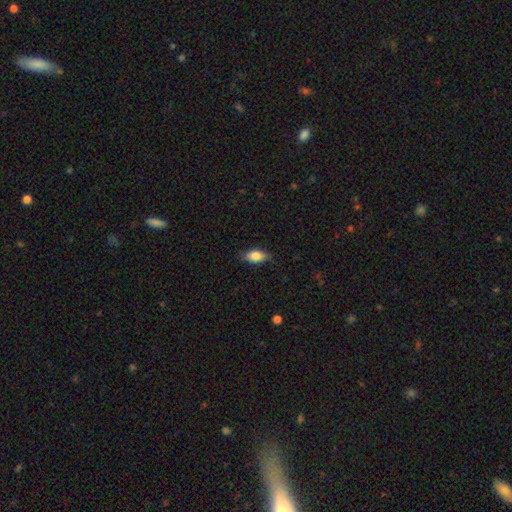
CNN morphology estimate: type=smooth (80%); roundness=in between (87%); merging=none (81%).